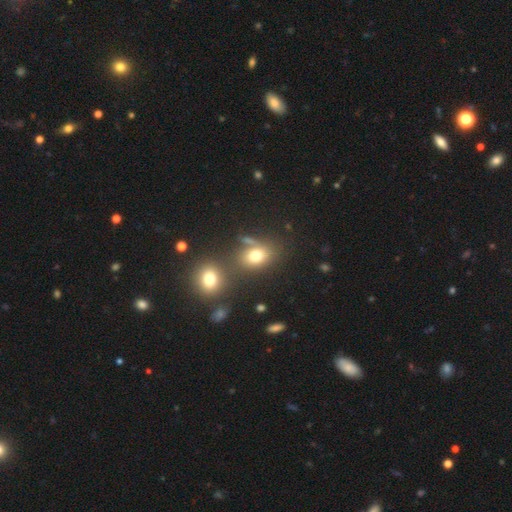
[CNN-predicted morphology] Overall: smooth (73%). How rounded: in between (58%; round 41%). Merging: none (58%; merger 23%).